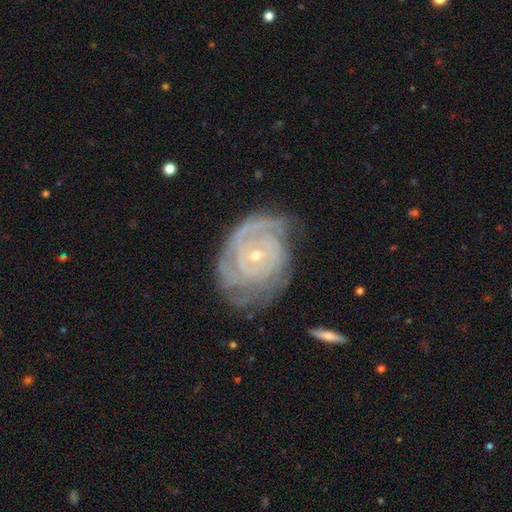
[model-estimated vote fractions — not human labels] This is clearly a featured or disk galaxy (88%). It is clearly not viewed edge-on (97%). Bar: likely no (73%). Spiral arm pattern: clearly yes (96%). Spiral arm count: marginally can't tell (31%). Spiral winding: likely tight (78%). Central bulge: likely small (78%). Merging: likely none (66%).